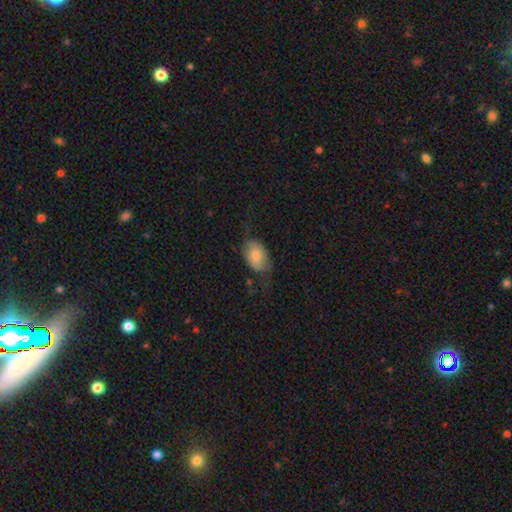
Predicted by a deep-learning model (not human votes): A smooth galaxy with no disk features (70%) that is in between round and cigar-shaped (86%). Merging: none (44%).